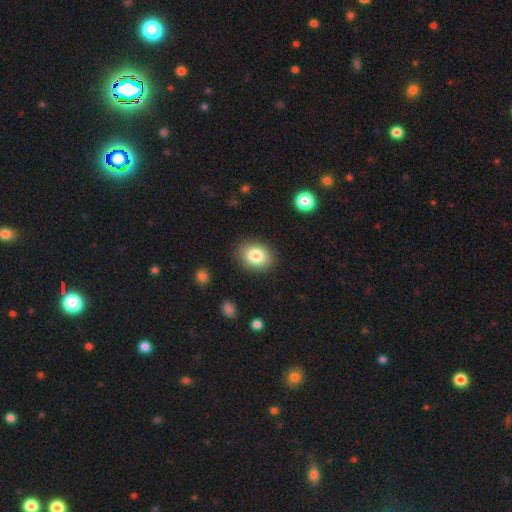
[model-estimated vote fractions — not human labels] This is clearly a smooth galaxy (83%). How rounded: possibly in between (56%). Merging: clearly none (87%).